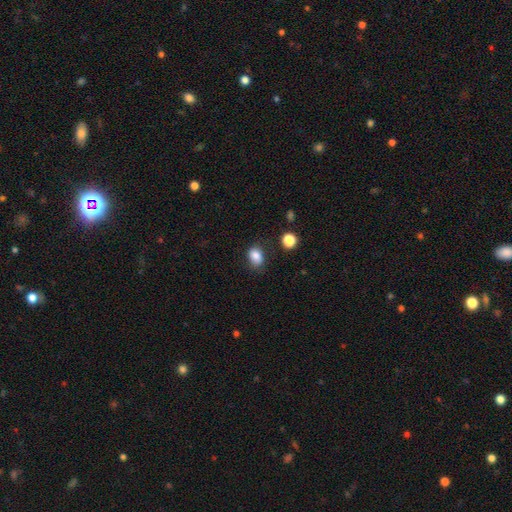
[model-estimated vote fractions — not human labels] smooth-or-featured: smooth: 84% | star or artifact: 10% | featured or disk: 6%
  how-rounded: in between: 69% | round: 30% | cigar-shaped: 1%
  merging: none: 73% | minor disturbance: 19% | major disturbance: 5% | merger: 3%